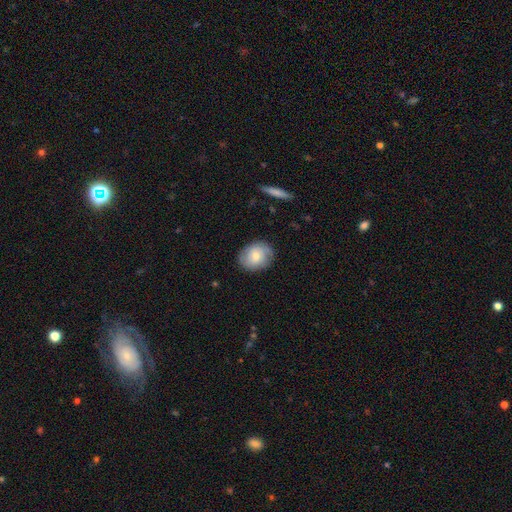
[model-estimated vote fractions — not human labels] This appears to be a smooth galaxy with no disk features (62%) that is round (58%). Merging: none (82%).